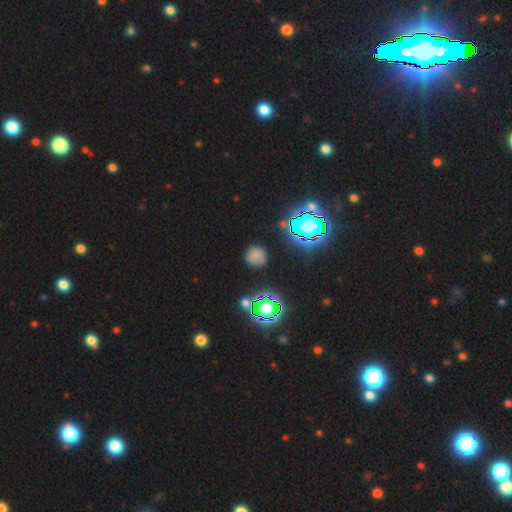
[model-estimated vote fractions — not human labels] This is possibly a smooth galaxy (59%). How rounded: clearly round (89%). Merging: clearly none (84%).